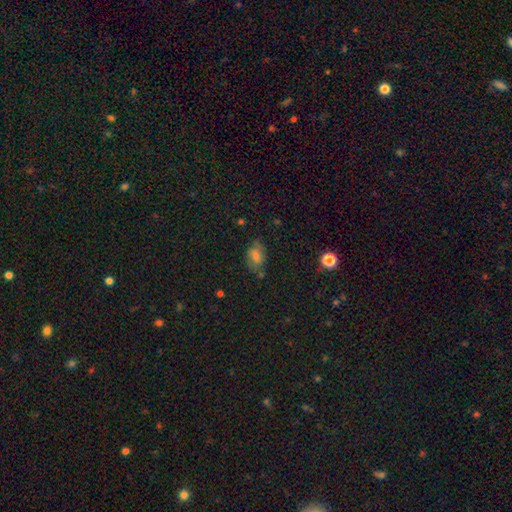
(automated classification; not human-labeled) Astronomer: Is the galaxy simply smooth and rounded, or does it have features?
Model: smooth — 61%.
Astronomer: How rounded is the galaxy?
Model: in between — 81%.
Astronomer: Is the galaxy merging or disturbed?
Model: none — 68%.